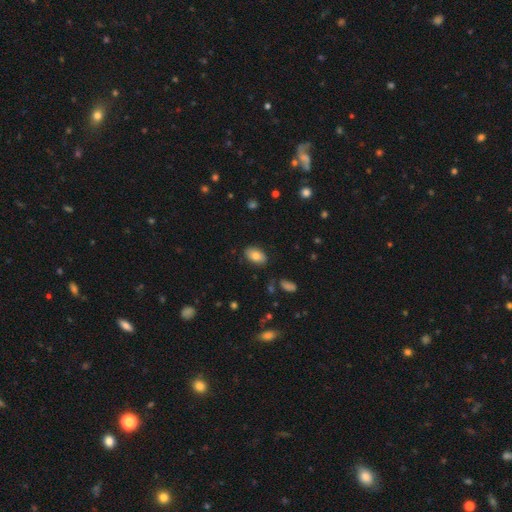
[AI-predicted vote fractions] smooth 81%, featured or disk 10%, star or artifact 8%. Down the decision tree: how rounded — in between (92%); merging — none (84%).